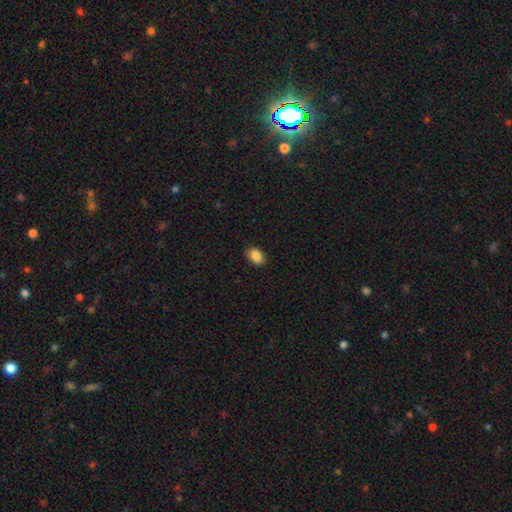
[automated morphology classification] smooth-or-featured: smooth: 89% | star or artifact: 8% | featured or disk: 4%
  how-rounded: in between: 85% | round: 13% | cigar-shaped: 1%
  merging: none: 87% | minor disturbance: 10% | major disturbance: 2% | merger: 1%